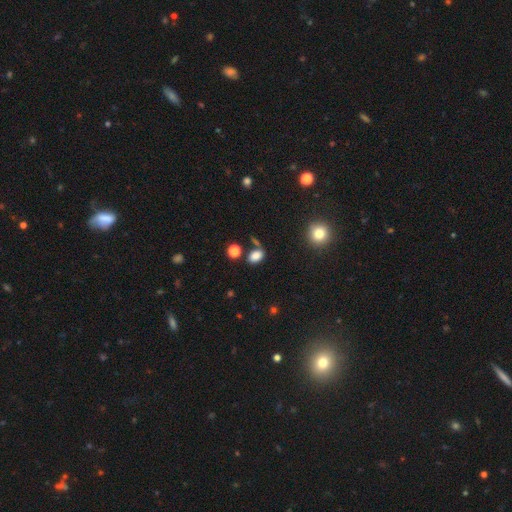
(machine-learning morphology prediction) type=smooth (83%); roundness=in between (82%); merging=none (67%).